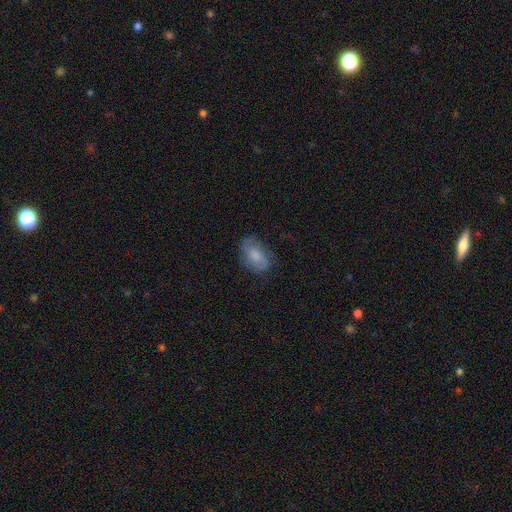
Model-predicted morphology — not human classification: Overall: smooth (68%). How rounded: in between (89%). Merging: none (68%).